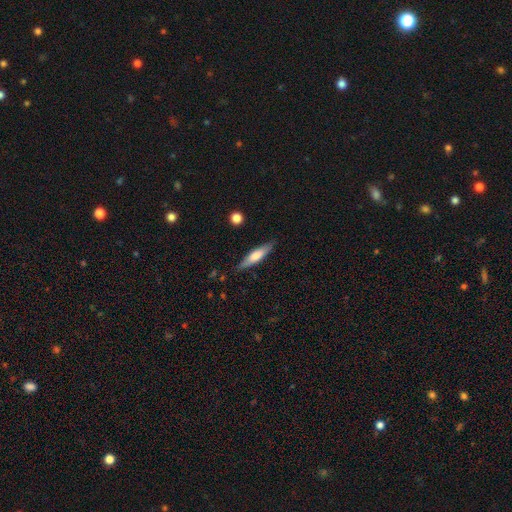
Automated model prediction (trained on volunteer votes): smooth_or_featured: smooth (p=0.55) [alt: featured or disk p=0.39]
how_rounded: cigar-shaped (p=0.76) [alt: in between p=0.22]
merging: none (p=0.85) [alt: minor disturbance p=0.12]